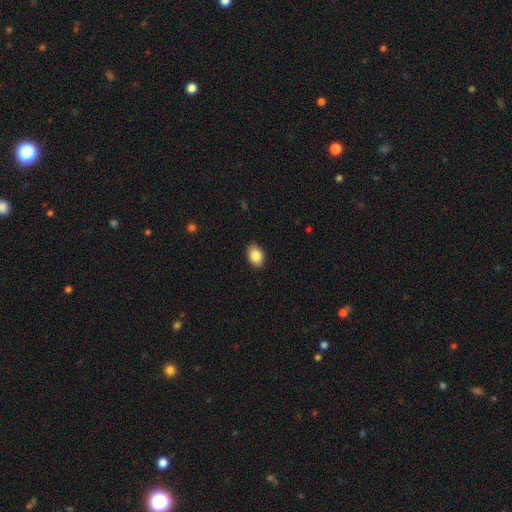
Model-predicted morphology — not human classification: This is clearly a smooth galaxy (86%). How rounded: clearly in between (84%). Merging: clearly none (88%).